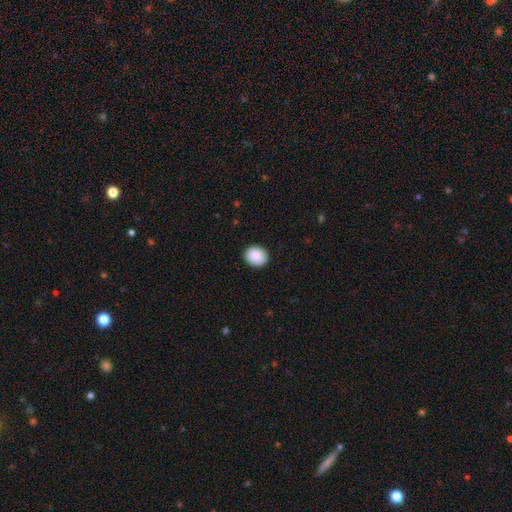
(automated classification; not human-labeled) The model was most divided on "how rounded": round: 67%, in between: 32%, cigar-shaped: 1%. More confident: merging — none (91%); smooth or featured — smooth (89%).